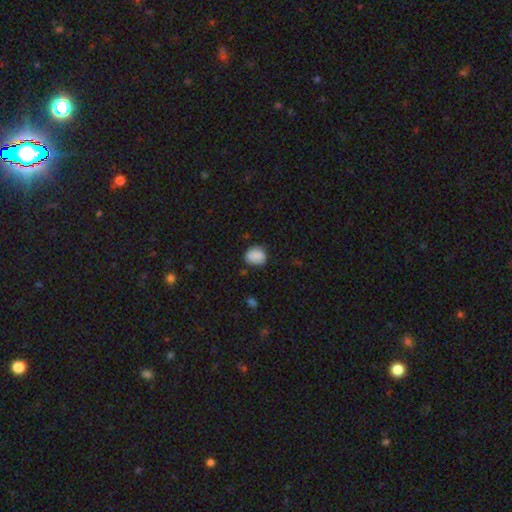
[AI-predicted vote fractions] smooth 85%, star or artifact 9%, featured or disk 7%. Down the decision tree: how rounded — round (54%); merging — none (71%).